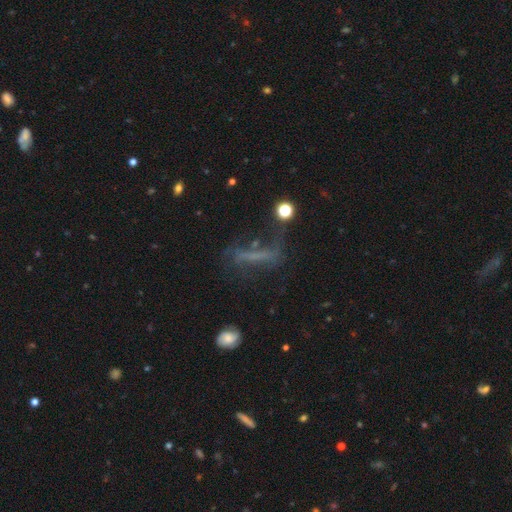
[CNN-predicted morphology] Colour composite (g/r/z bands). It shows a featured or disk galaxy (42%). Merging: none (45%).